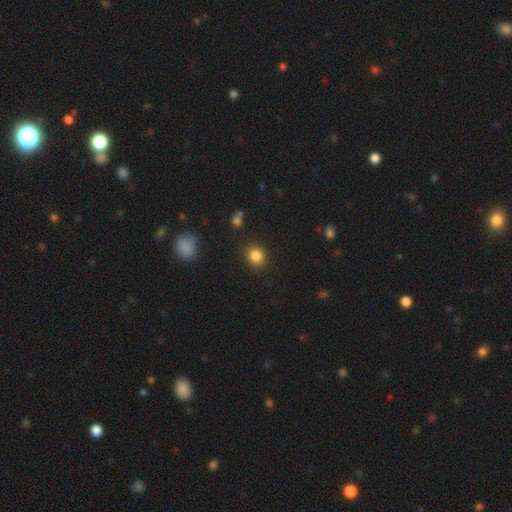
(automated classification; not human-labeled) smooth 84%, star or artifact 11%, featured or disk 5%. Down the decision tree: how rounded — round (78%); merging — none (88%).